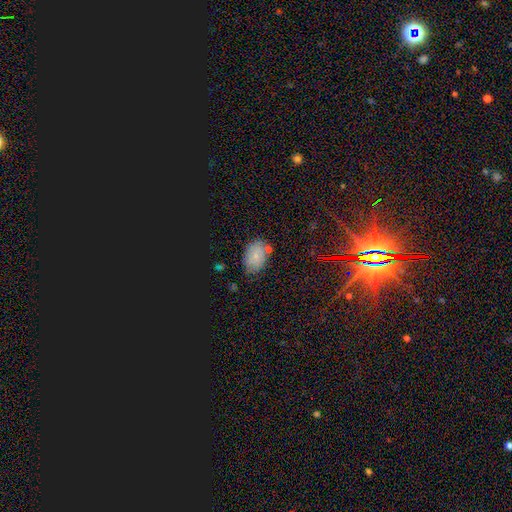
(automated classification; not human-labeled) Smooth or featured?
  - smooth: 61% *
  - featured or disk: 20%
  - star or artifact: 19%
How rounded?
  - in between: 85% *
  - round: 13%
  - cigar-shaped: 2%
Merging?
  - none: 70% *
  - minor disturbance: 19%
  - merger: 6%
  - major disturbance: 5%